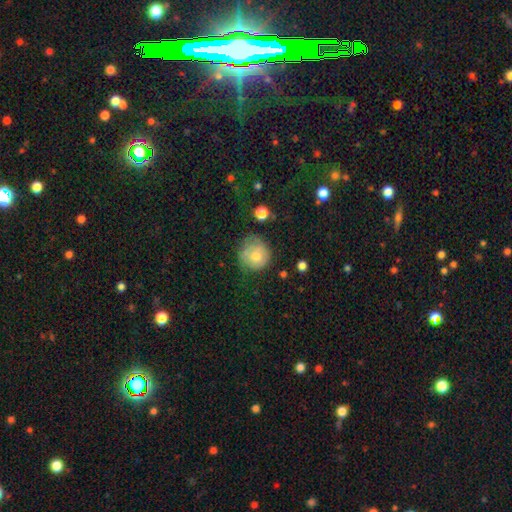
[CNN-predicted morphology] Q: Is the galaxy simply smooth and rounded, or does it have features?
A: smooth — 70%.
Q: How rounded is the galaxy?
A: round — 89%.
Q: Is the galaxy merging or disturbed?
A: none — 59%.